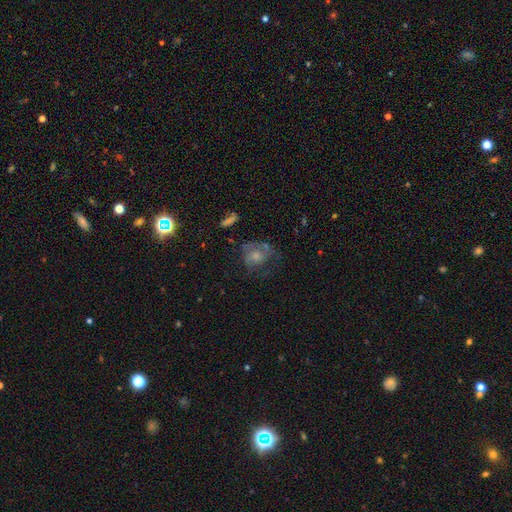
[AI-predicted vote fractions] A featured or disk galaxy (50%). Merging: none (52%).